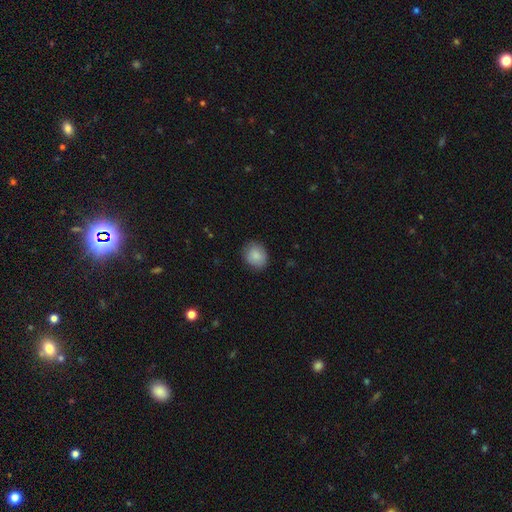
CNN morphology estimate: Smooth or featured: smooth — 87% (star or artifact — 7%)
How rounded: round — 66% (in between — 33%)
Merging: none — 83% (minor disturbance — 13%)